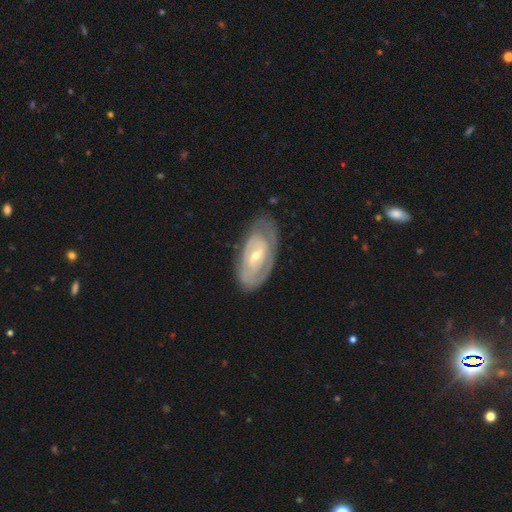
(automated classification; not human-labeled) This is likely a featured or disk galaxy (75%). It is clearly not viewed edge-on (93%). Bar: marginally weak (44%). Spiral arm pattern: likely yes (74%). Spiral arm count: possibly can't tell (47%). Spiral winding: likely tight (70%). Central bulge: possibly small (59%). Merging: likely none (68%).